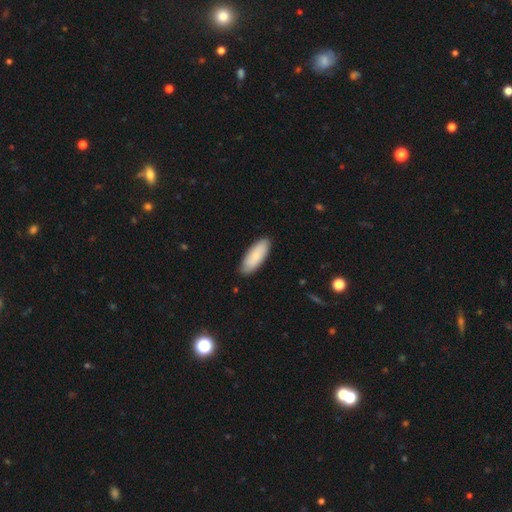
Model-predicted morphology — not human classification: Smooth or featured: smooth — 84% (featured or disk — 11%)
How rounded: in between — 74% (cigar-shaped — 24%)
Merging: none — 86% (minor disturbance — 11%)